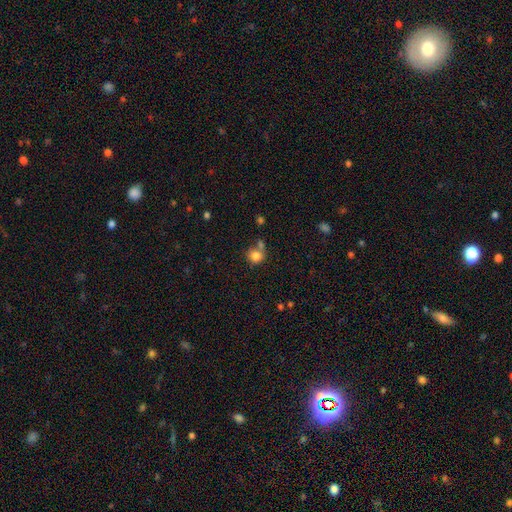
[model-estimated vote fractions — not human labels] A smooth galaxy with no disk features (82%) that is round (80%).

Vote fractions:
- Smooth or featured? smooth: 82% / star or artifact: 11% / featured or disk: 7%
- How rounded? round: 80% / in between: 19% / cigar-shaped: 1%
- Merging? none: 53% / merger: 28% / minor disturbance: 14% / major disturbance: 5%